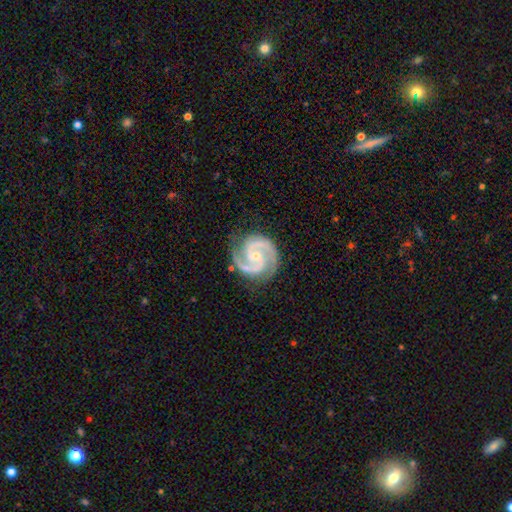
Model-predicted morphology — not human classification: This is clearly a featured or disk galaxy (94%). It is clearly not viewed edge-on (98%). Bar: possibly no (58%). Spiral arm pattern: clearly yes (99%). Spiral arm count: clearly 2 (91%). Spiral winding: possibly medium (51%). Central bulge: likely small (69%). Merging: clearly none (83%).